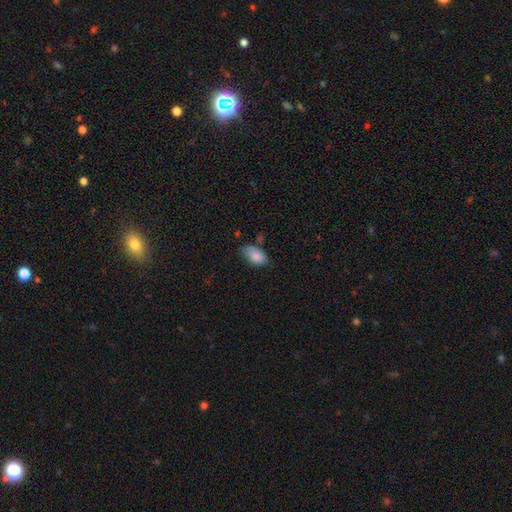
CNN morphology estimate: A smooth galaxy with no disk features (85%) that is in between round and cigar-shaped (93%). Merging: none (56%).